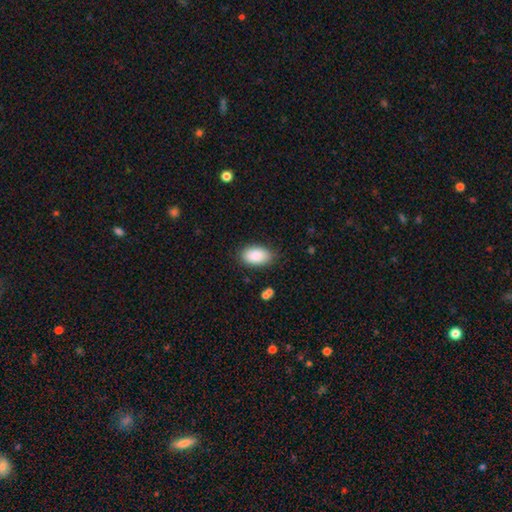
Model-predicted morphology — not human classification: Smooth or featured? smooth (89%)
How rounded? in between (94%)
Merging? none (82%)